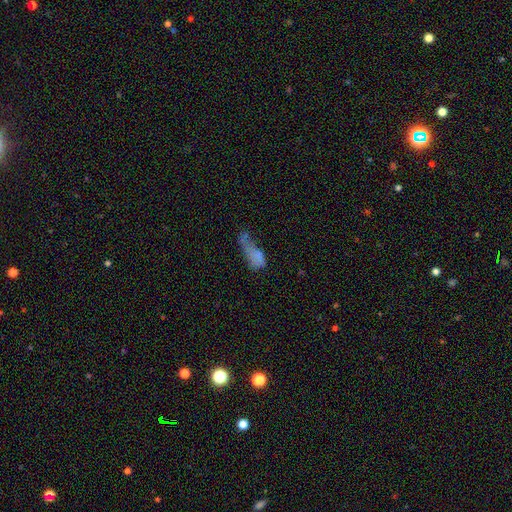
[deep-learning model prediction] smooth-or-featured: smooth: 62% | featured or disk: 25% | star or artifact: 13%
  how-rounded: in between: 71% | cigar-shaped: 23% | round: 6%
  merging: major disturbance: 45% | minor disturbance: 20% | none: 20% | merger: 15%